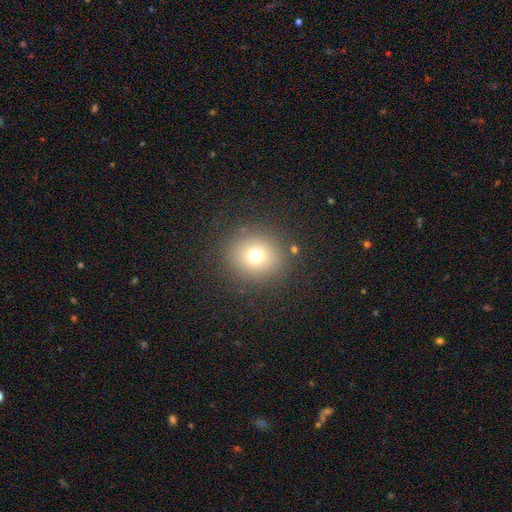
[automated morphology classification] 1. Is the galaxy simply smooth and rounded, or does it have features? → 70% smooth, 18% star or artifact, 12% featured or disk.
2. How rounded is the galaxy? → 88% round, 11% in between, 1% cigar-shaped.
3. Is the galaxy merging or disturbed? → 86% none, 8% minor disturbance, 4% major disturbance, 2% merger.